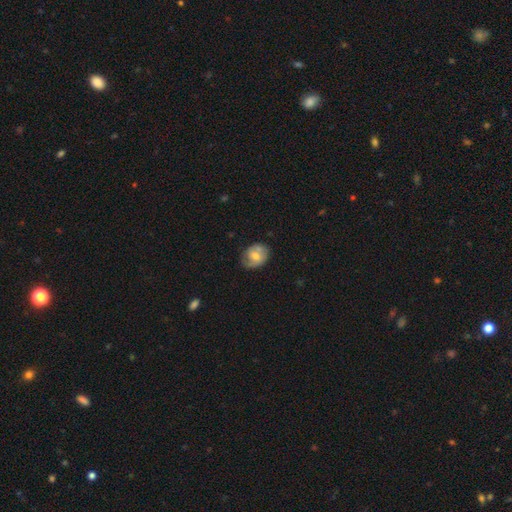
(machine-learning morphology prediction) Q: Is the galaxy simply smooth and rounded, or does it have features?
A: smooth — 52%.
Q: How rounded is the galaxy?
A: in between — 55%.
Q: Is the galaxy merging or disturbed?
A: none — 63%.